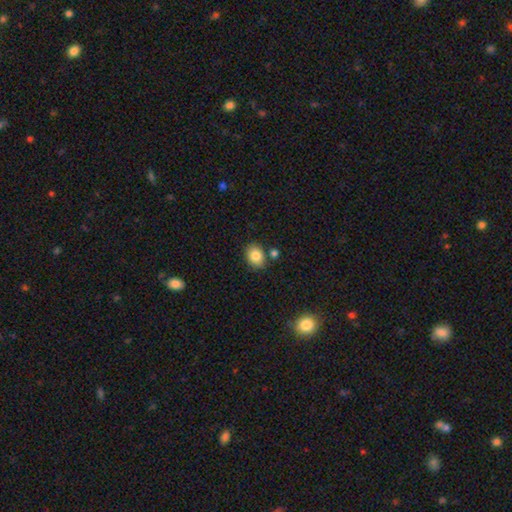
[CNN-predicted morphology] Smooth or featured? smooth (84%)
How rounded? in between (53%)
Merging? none (77%)